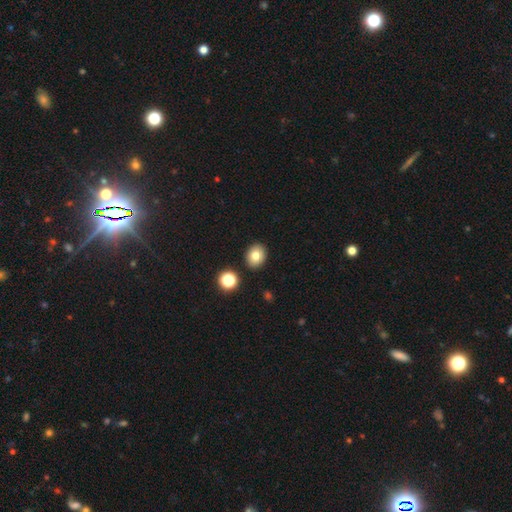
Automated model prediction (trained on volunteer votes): smooth_or_featured: smooth (p=0.78) [alt: star or artifact p=0.11]
how_rounded: round (p=0.61) [alt: in between p=0.38]
merging: none (p=0.88) [alt: minor disturbance p=0.07]